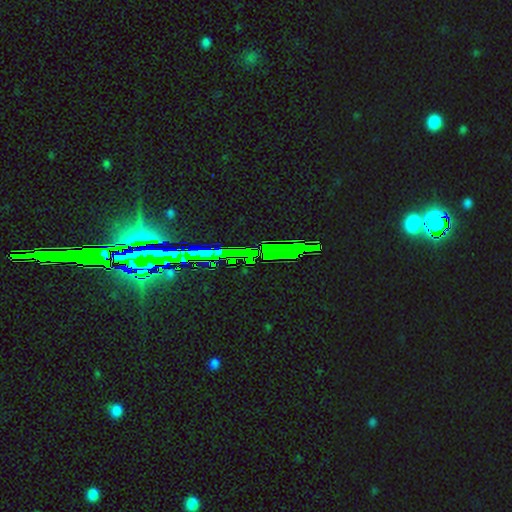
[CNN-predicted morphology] type=star or artifact (84%).